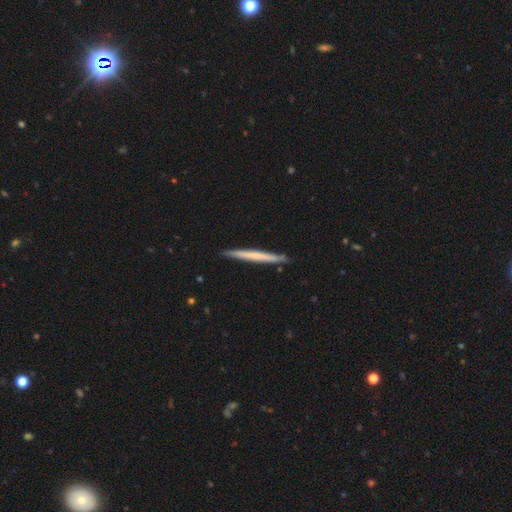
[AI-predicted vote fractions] Smooth or featured? Predicted: smooth (p=0.53). How rounded? Predicted: cigar-shaped (p=0.97). Merging? Predicted: none (p=0.91).